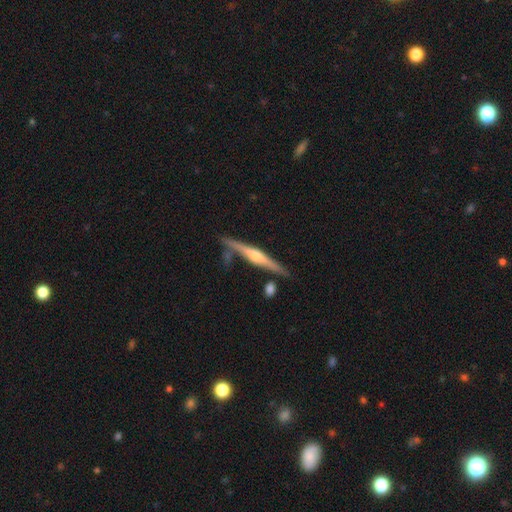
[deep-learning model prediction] The model was most divided on "smooth or featured": featured or disk: 79%, smooth: 16%, star or artifact: 6%. More confident: edge-on disk — yes (97%); edge-on bulge — rounded (87%); merging — none (79%).